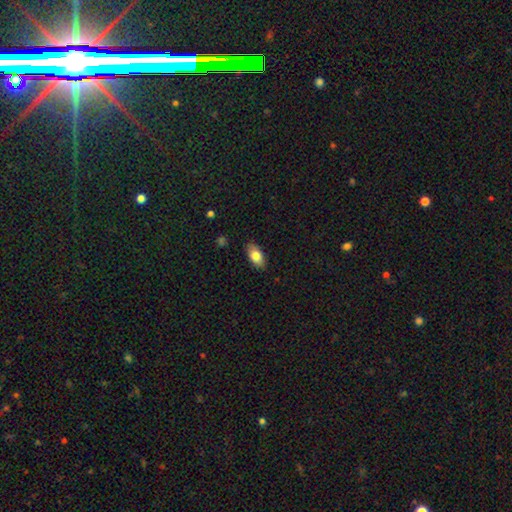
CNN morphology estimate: smooth 78%, featured or disk 15%, star or artifact 7%. Down the decision tree: how rounded — in between (90%); merging — none (87%).